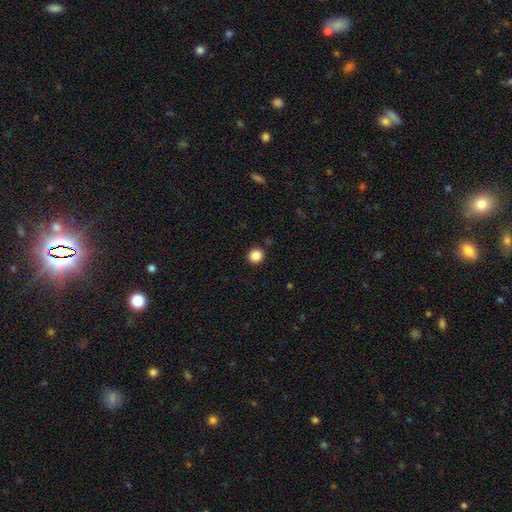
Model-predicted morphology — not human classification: A smooth galaxy with no disk features (87%) that is round (92%).

Vote fractions:
- Smooth or featured? smooth: 87% / star or artifact: 10% / featured or disk: 3%
- How rounded? round: 92% / in between: 7% / cigar-shaped: 1%
- Merging? none: 92% / minor disturbance: 5% / major disturbance: 2% / merger: 1%